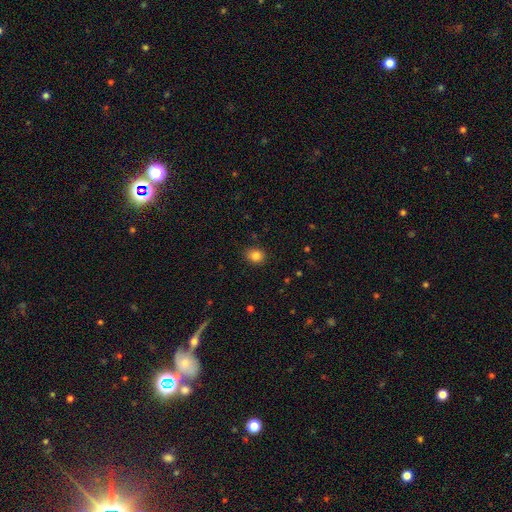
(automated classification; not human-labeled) smooth 84%, star or artifact 11%, featured or disk 5%. Down the decision tree: how rounded — round (54%); merging — none (87%).